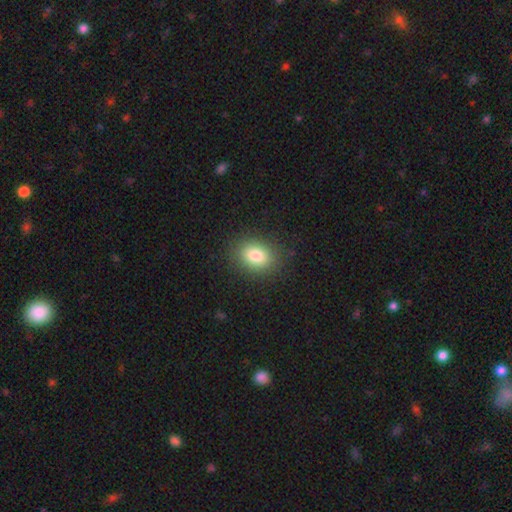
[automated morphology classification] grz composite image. It shows a smooth galaxy with no disk features (81%) that is in between round and cigar-shaped (61%). Merging: none (87%).